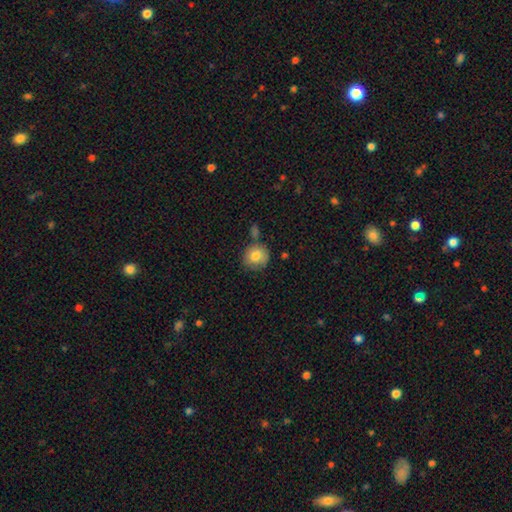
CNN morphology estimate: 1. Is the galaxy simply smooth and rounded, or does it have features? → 80% smooth, 12% featured or disk, 8% star or artifact.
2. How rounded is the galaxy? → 83% round, 17% in between, 1% cigar-shaped.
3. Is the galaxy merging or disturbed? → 68% none, 17% minor disturbance, 10% merger, 4% major disturbance.